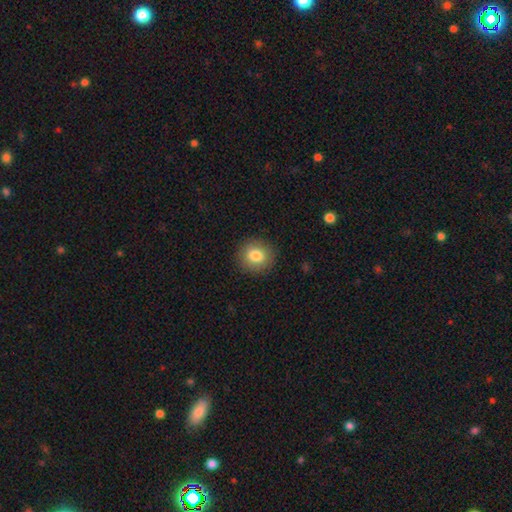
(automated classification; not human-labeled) The model was most divided on "how rounded": round: 85%, in between: 14%, cigar-shaped: 1%. More confident: merging — none (90%); smooth or featured — smooth (82%).